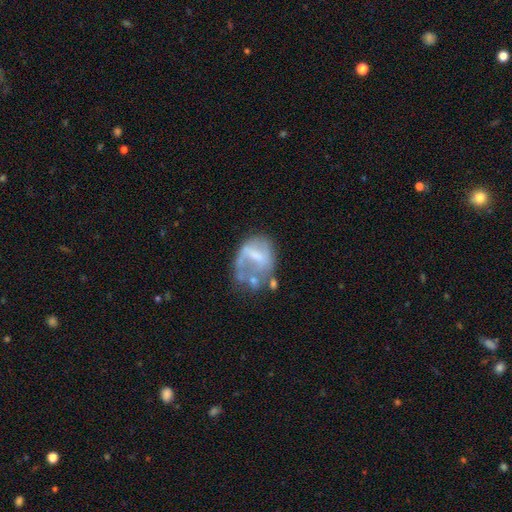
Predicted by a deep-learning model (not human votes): The model was most divided on "merging": major disturbance: 34%, none: 28%, minor disturbance: 22%, merger: 16%. Remaining: edge-on disk — no (97%); spiral arms — no (76%); smooth or featured — featured or disk (55%); bar — no (52%); bulge size — none (43%).